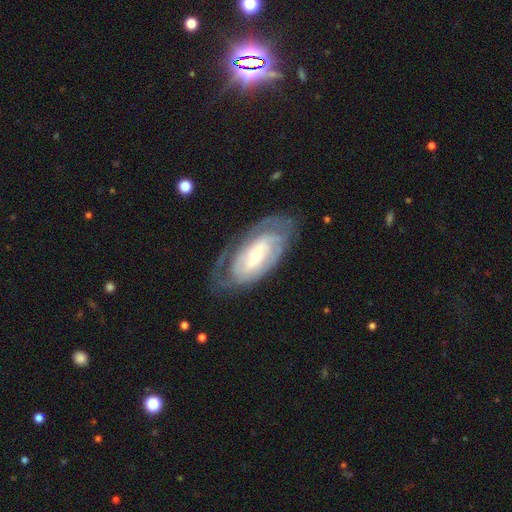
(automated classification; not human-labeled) This appears to be a featured or disk galaxy (82%) with a weak bar (41%), tight (64%) spiral arms (88%) and a moderate central bulge (52%). Merging: none (67%).